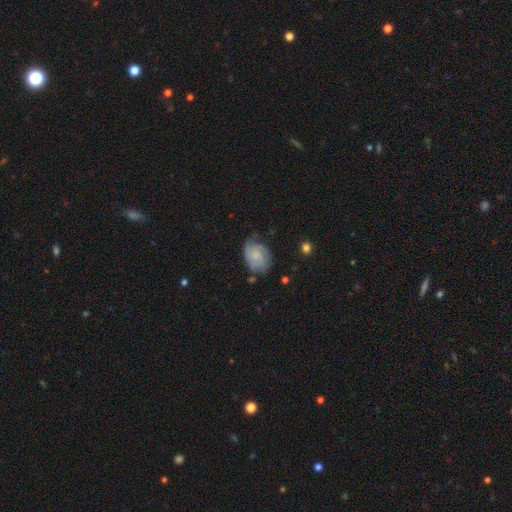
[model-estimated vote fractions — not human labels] Smooth or featured? Predicted: featured or disk (p=0.48). Merging? Predicted: none (p=0.56).